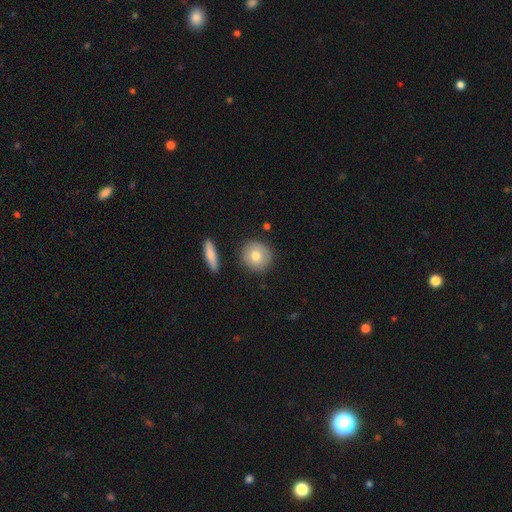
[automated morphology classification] This is likely a smooth galaxy (78%). How rounded: clearly round (88%). Merging: clearly none (86%).